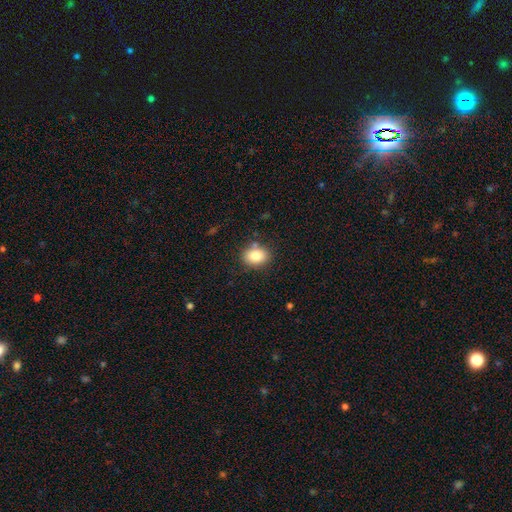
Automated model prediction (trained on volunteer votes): A smooth galaxy with no disk features (84%) that is in between round and cigar-shaped (59%). Merging: none (82%).